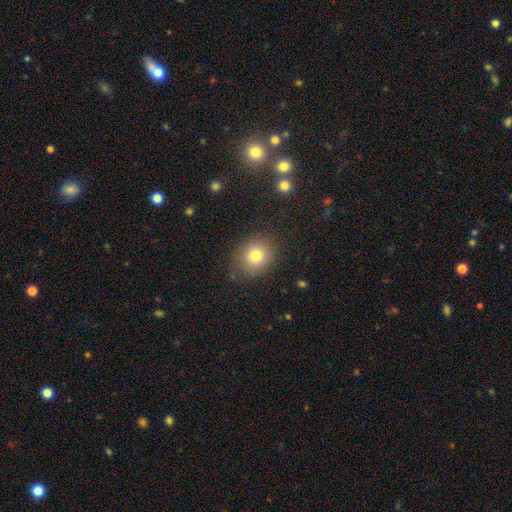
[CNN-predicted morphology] smooth 79%, star or artifact 12%, featured or disk 9%. Down the decision tree: how rounded — round (75%); merging — none (82%).